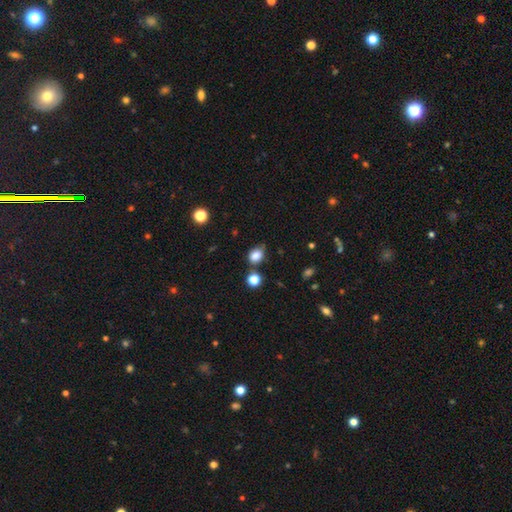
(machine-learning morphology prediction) A smooth galaxy with no disk features (82%) that is in between round and cigar-shaped (53%). Merging: none (66%).